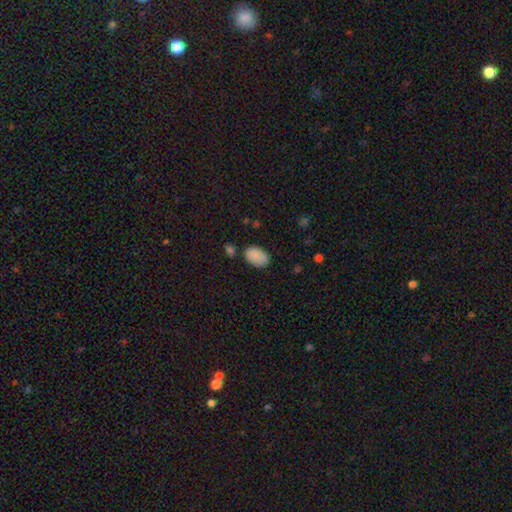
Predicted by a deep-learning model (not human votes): Smooth or featured?
  - smooth: 88% *
  - star or artifact: 8%
  - featured or disk: 5%
How rounded?
  - in between: 90% *
  - round: 8%
  - cigar-shaped: 1%
Merging?
  - none: 73% *
  - minor disturbance: 18%
  - merger: 5%
  - major disturbance: 4%